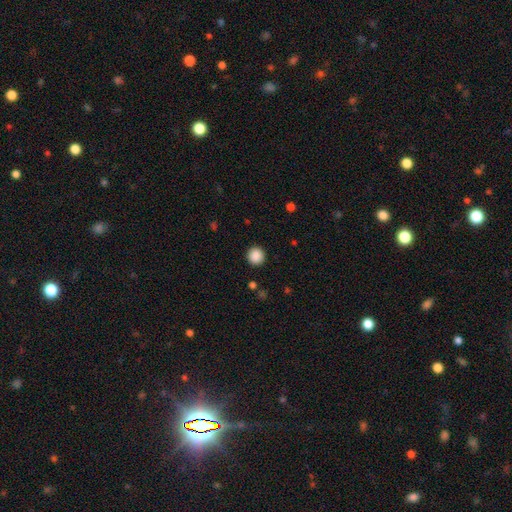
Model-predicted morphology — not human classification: This appears to be a smooth galaxy with no disk features (88%) that is round (94%). Merging: none (92%).